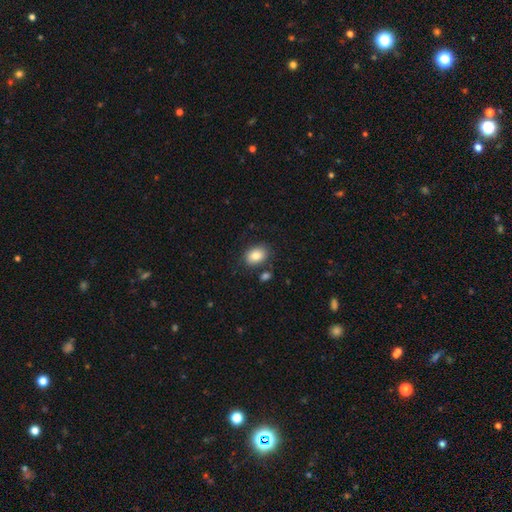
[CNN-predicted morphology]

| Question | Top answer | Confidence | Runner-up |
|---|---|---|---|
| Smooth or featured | smooth | 84% | featured or disk (8%) |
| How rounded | in between | 76% | round (23%) |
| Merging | none | 80% | minor disturbance (11%) |